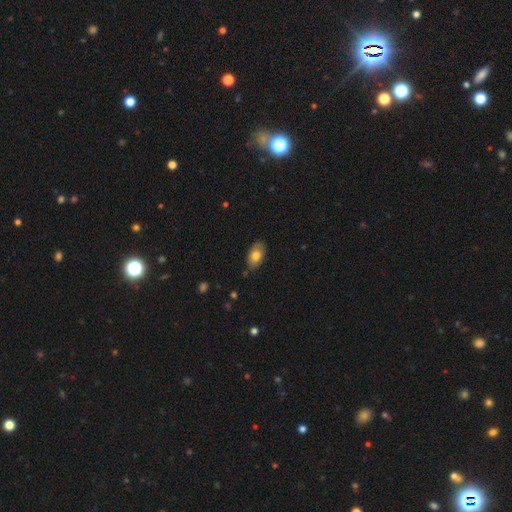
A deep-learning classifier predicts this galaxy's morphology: Smooth or featured? smooth (75%)
How rounded? in between (93%)
Merging? none (82%)